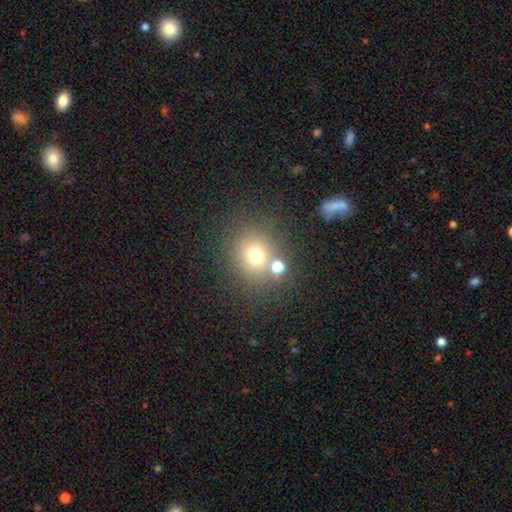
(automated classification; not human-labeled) Q: Smooth or featured?
A: smooth (70%); runner-up: star or artifact (19%)
Q: How rounded?
A: round (82%); runner-up: in between (17%)
Q: Merging?
A: none (69%); runner-up: merger (17%)